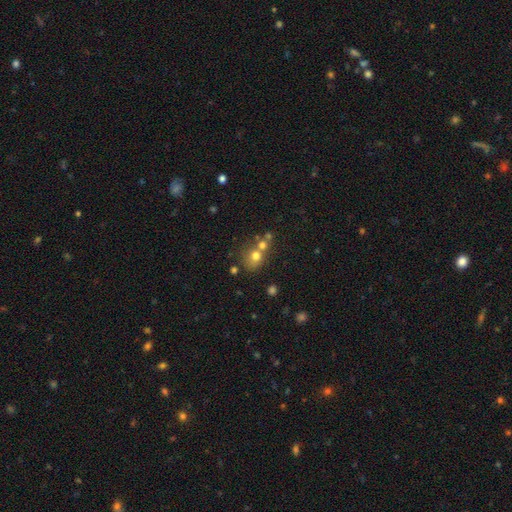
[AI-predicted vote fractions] Morphology: type=smooth (68%); roundness=round (74%); merging=merger (46%).